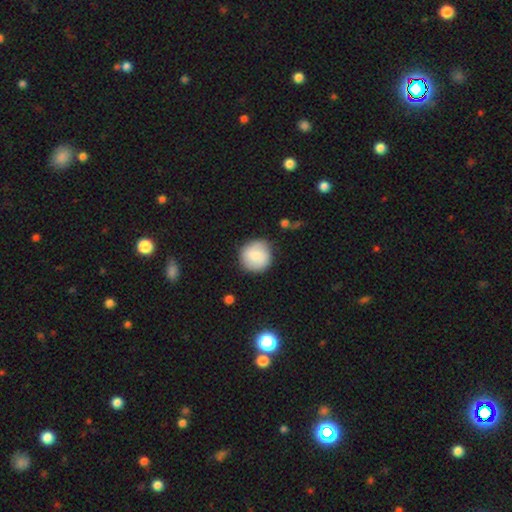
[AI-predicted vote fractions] Overall: smooth (69%). How rounded: round (92%). Merging: none (81%).